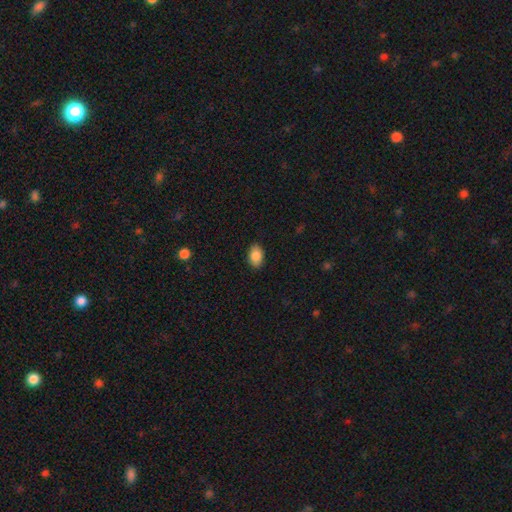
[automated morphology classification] The model was most divided on "how rounded": in between: 87%, round: 12%, cigar-shaped: 1%. More confident: merging — none (87%); smooth or featured — smooth (86%).